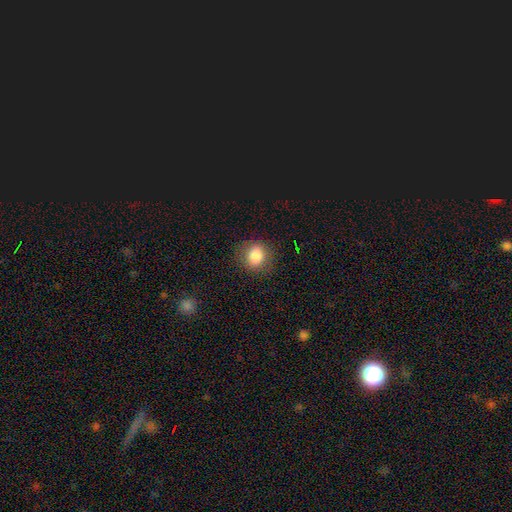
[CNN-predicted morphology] A smooth galaxy with no disk features (84%) that is round (76%). Merging: none (84%).